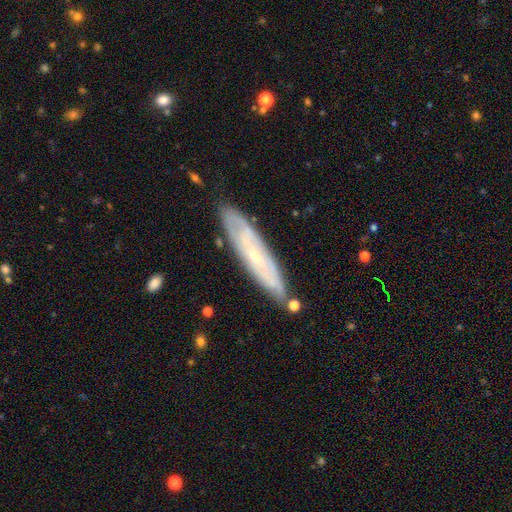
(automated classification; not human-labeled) smooth-or-featured: featured or disk: 66% | smooth: 27% | star or artifact: 7%
  disk-edge-on: no: 58% | yes: 42%
  merging: none: 82% | minor disturbance: 13% | merger: 3% | major disturbance: 2%